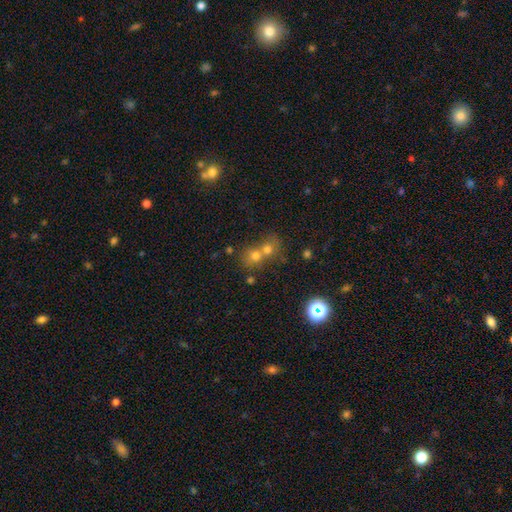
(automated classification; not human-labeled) Morphology: type=smooth (60%); roundness=round (81%); merging=merger (56%).